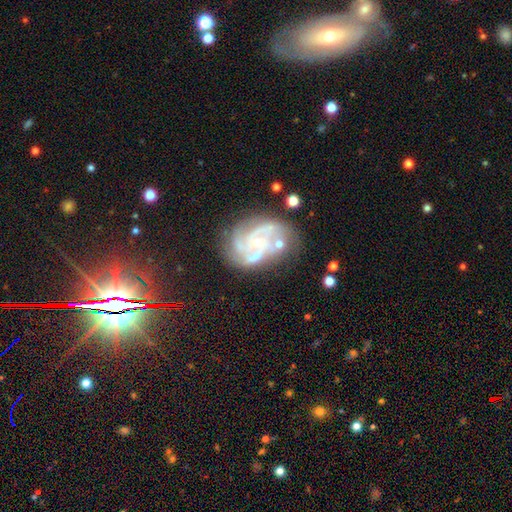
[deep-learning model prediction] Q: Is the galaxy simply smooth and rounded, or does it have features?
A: featured or disk — 81%.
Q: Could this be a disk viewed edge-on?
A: no — 98%.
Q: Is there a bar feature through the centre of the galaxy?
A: no — 66%.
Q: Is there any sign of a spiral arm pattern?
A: yes — 89%.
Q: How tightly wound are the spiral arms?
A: medium — 45%.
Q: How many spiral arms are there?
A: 3 — 36%.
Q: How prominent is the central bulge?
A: small — 65%.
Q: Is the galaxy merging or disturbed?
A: none — 52%.